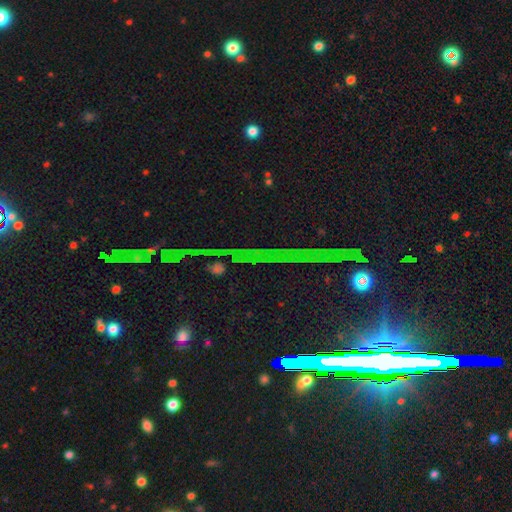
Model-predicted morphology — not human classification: Smooth or featured? star or artifact (71%)